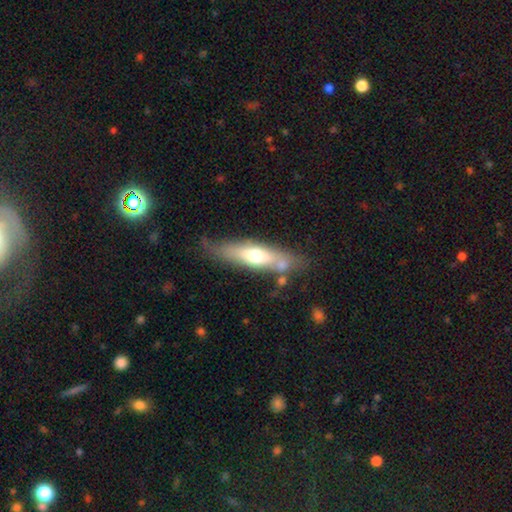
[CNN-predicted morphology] A smooth galaxy with no disk features (48%). Merging: none (62%).